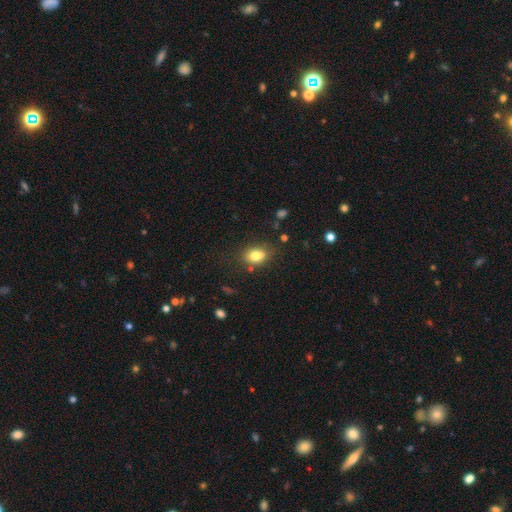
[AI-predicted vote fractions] Morphology: type=smooth (80%); roundness=in between (66%); merging=none (75%).